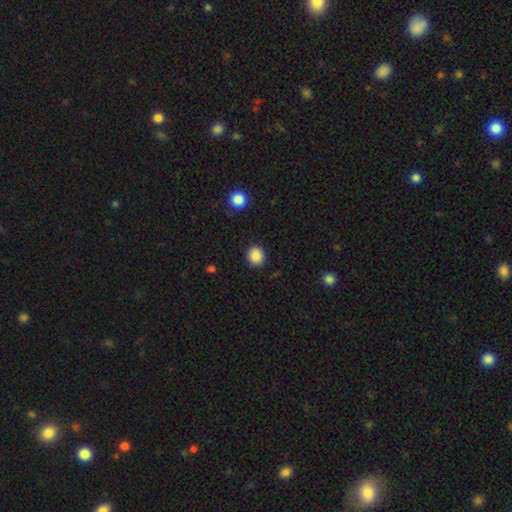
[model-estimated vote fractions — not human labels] Morphology: type=smooth (88%); roundness=round (85%); merging=none (90%).